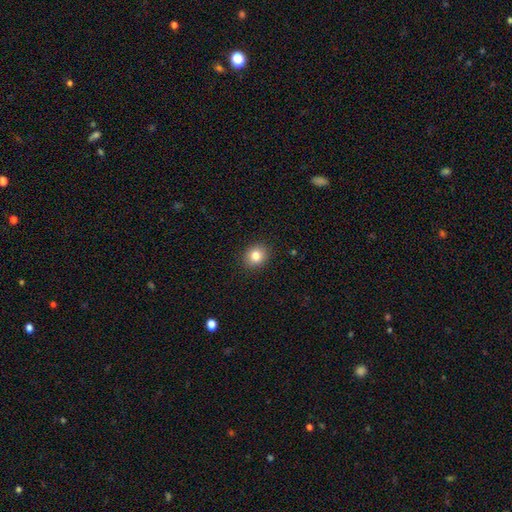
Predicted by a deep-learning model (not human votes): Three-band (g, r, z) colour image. It shows a smooth galaxy with no disk features (82%) that is round (73%). Merging: none (91%).